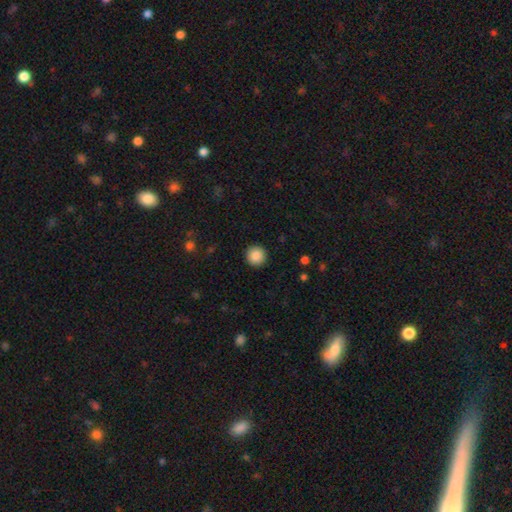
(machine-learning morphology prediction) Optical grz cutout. It shows a smooth galaxy with no disk features (89%) that is round (95%). Merging: none (93%).